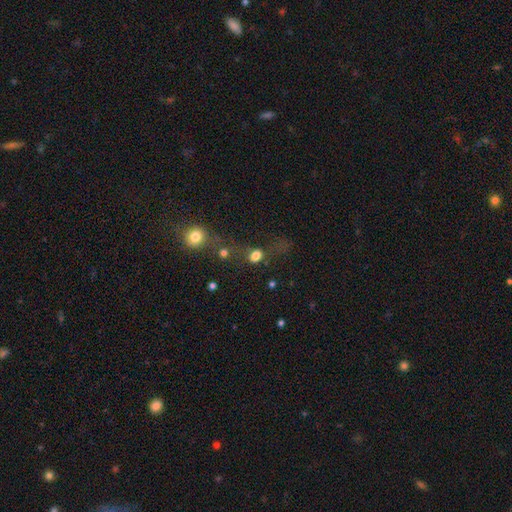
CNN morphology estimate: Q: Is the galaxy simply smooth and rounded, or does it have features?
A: smooth — 76%.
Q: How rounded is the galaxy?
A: round — 52%.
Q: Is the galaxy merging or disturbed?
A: none — 43%.